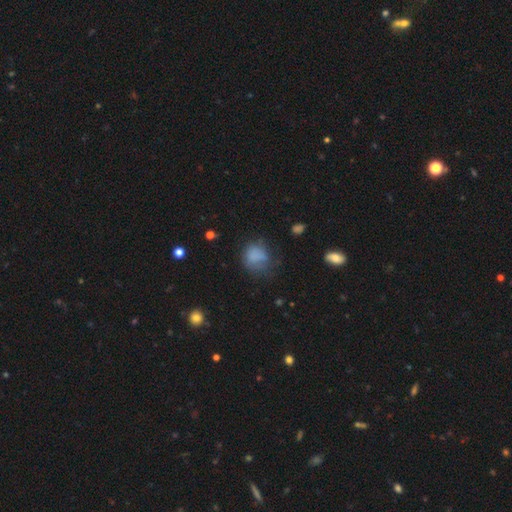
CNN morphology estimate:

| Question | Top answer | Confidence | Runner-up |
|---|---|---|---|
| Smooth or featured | smooth | 73% | featured or disk (15%) |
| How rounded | round | 68% | in between (31%) |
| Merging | none | 45% | minor disturbance (28%) |